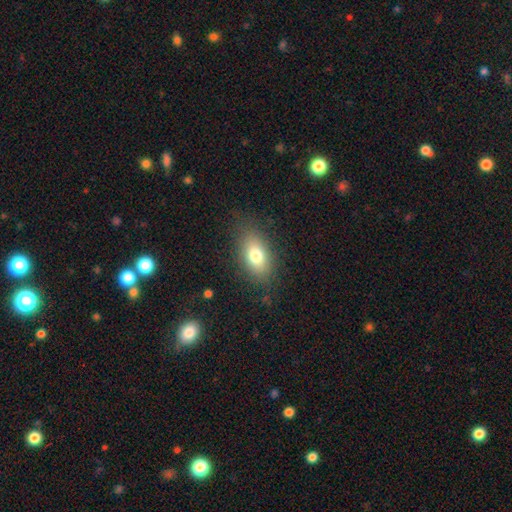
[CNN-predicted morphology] smooth 76%, featured or disk 15%, star or artifact 9%. Down the decision tree: how rounded — in between (85%); merging — none (81%).